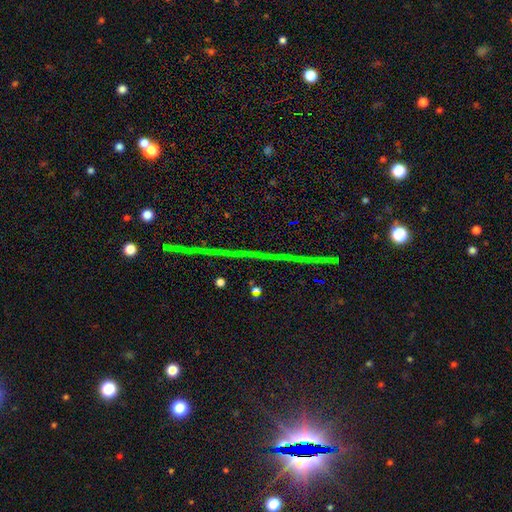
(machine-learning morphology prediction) Smooth or featured? Predicted: star or artifact (p=0.83).